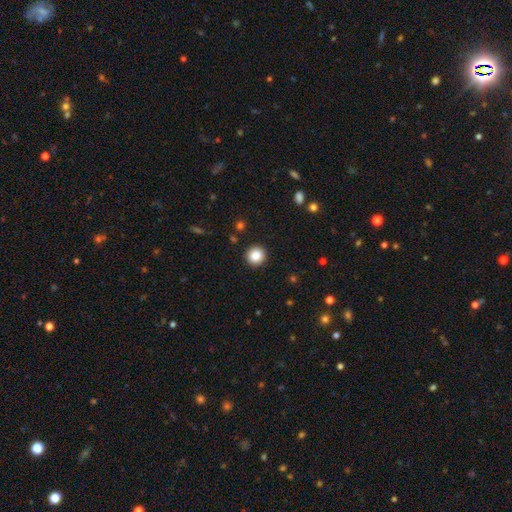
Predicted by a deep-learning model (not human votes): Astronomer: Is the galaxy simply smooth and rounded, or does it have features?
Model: smooth — 85%.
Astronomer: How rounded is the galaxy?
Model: round — 95%.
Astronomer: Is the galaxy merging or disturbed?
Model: none — 93%.